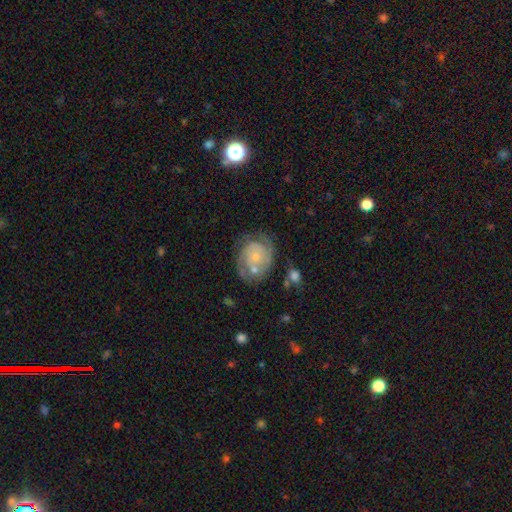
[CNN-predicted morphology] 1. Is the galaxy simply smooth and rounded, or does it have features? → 75% featured or disk, 19% smooth, 6% star or artifact.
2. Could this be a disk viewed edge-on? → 98% no, 2% yes.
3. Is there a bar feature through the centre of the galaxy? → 79% no, 18% weak, 3% strong.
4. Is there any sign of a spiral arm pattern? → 89% yes, 11% no.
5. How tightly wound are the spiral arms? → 58% tight, 31% medium, 11% loose.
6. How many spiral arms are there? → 53% 2, 22% can't tell, 11% 3, 7% 1, 3% 4, 3% more than 4.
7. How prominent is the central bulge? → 72% small, 19% moderate, 6% none, 2% large, 1% dominant.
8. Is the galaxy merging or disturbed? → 54% none, 21% minor disturbance, 13% major disturbance, 13% merger.